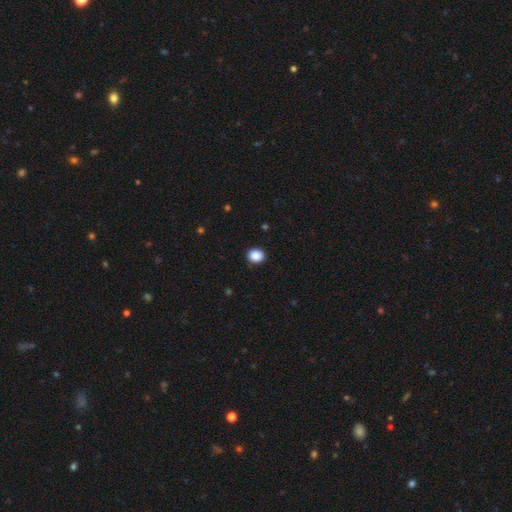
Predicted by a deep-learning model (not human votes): A smooth galaxy with no disk features (88%) that is round (67%).

Vote fractions:
- Smooth or featured? smooth: 88% / star or artifact: 9% / featured or disk: 3%
- How rounded? round: 67% / in between: 32% / cigar-shaped: 1%
- Merging? none: 91% / minor disturbance: 7% / major disturbance: 2% / merger: 1%